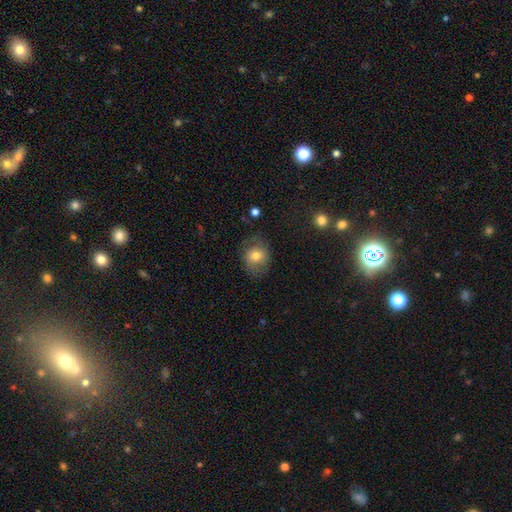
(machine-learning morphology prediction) smooth 68%, featured or disk 22%, star or artifact 9%. Down the decision tree: how rounded — round (65%); merging — none (69%).